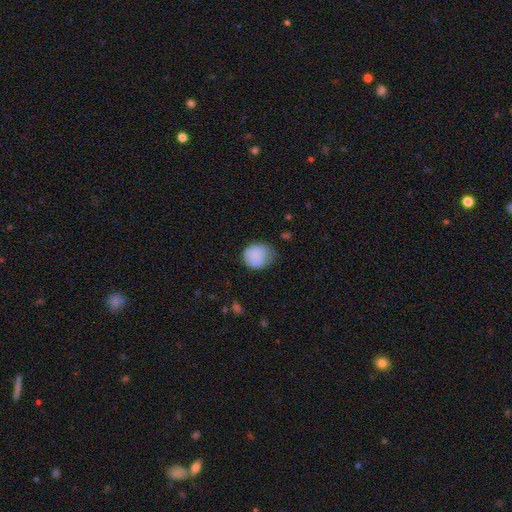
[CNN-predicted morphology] Smooth or featured: smooth — 85% (featured or disk — 8%)
How rounded: round — 78% (in between — 21%)
Merging: none — 48% (minor disturbance — 39%)